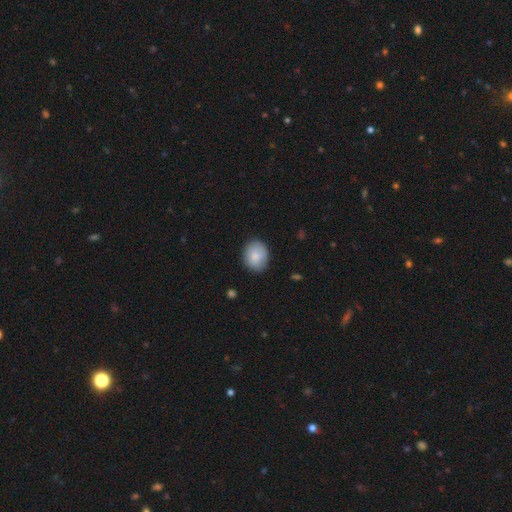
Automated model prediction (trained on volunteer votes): smooth-or-featured: smooth: 84% | featured or disk: 9% | star or artifact: 7%
  how-rounded: round: 54% | in between: 45% | cigar-shaped: 1%
  merging: none: 81% | minor disturbance: 14% | major disturbance: 3% | merger: 1%